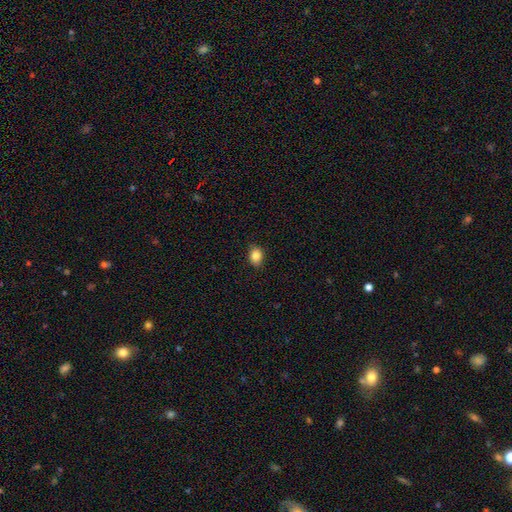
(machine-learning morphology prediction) Overall: smooth (86%). How rounded: in between (59%; round 40%). Merging: none (86%).